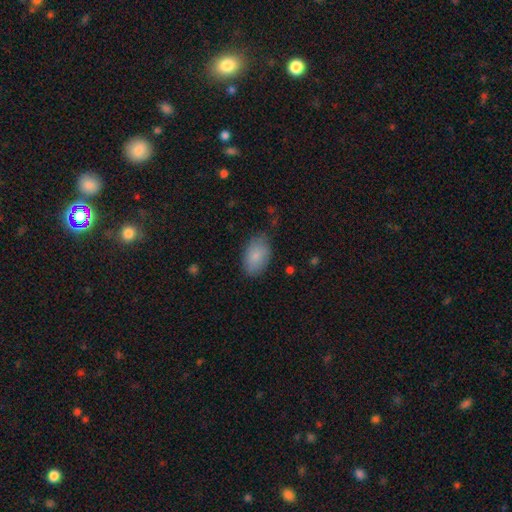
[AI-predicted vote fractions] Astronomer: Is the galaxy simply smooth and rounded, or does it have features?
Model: smooth — 84%.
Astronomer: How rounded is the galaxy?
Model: in between — 92%.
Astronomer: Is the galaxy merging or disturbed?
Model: none — 74%.